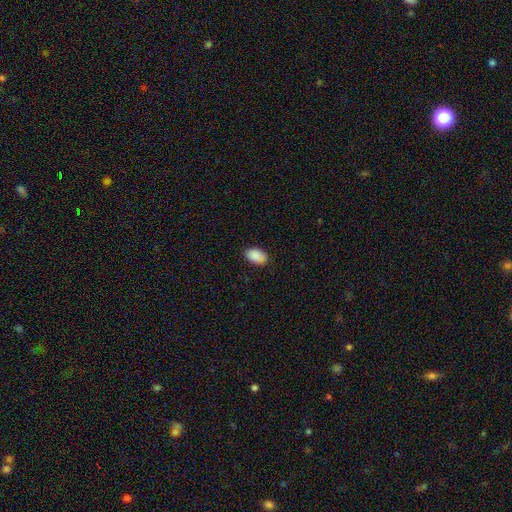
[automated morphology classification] smooth-or-featured: smooth: 91% | star or artifact: 7% | featured or disk: 3%
  how-rounded: in between: 92% | round: 6% | cigar-shaped: 1%
  merging: none: 88% | minor disturbance: 9% | major disturbance: 2% | merger: 1%